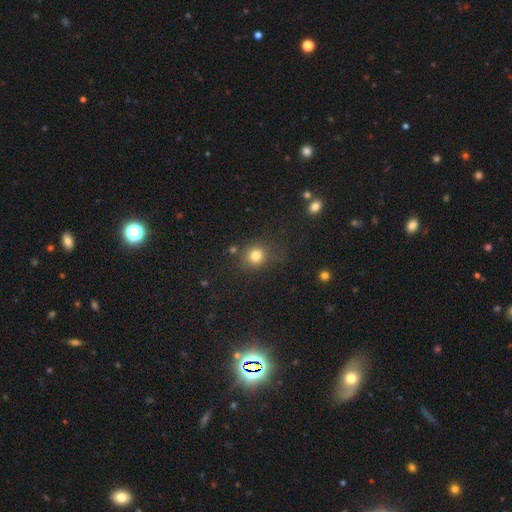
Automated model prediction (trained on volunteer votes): This is likely a smooth galaxy (79%). How rounded: clearly round (81%). Merging: likely none (75%).